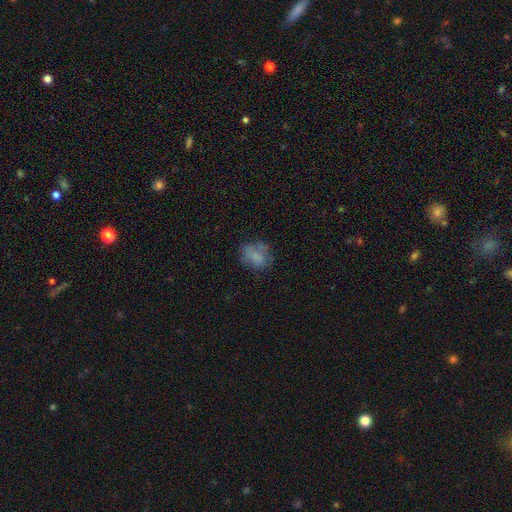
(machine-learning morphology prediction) Smooth or featured: smooth — 71% (featured or disk — 18%)
How rounded: in between — 56% (round — 42%)
Merging: none — 57% (minor disturbance — 25%)